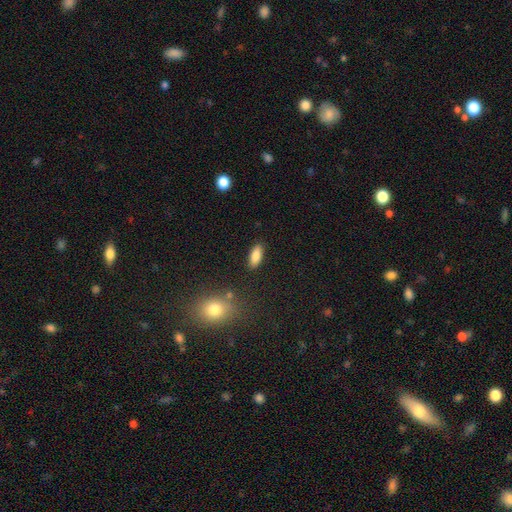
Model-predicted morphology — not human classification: This appears to be a smooth galaxy with no disk features (85%) that is in between round and cigar-shaped (78%). Merging: none (87%).